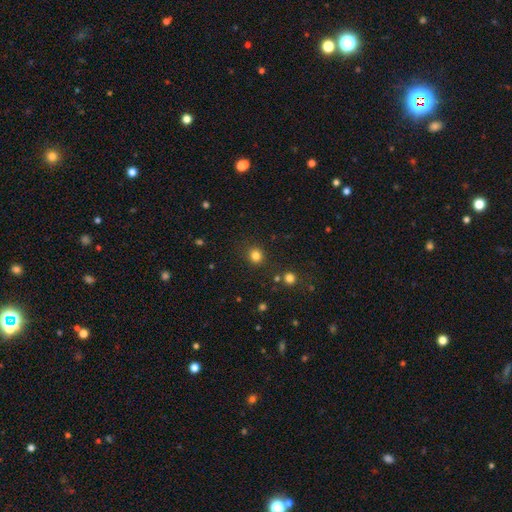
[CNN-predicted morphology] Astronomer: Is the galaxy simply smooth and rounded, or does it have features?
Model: smooth — 81%.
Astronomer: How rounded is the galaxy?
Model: round — 88%.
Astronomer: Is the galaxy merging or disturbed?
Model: none — 87%.